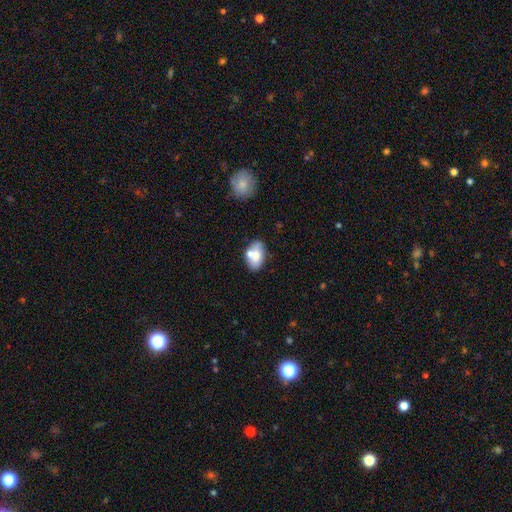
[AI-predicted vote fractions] Q: Smooth or featured?
A: smooth (69%); runner-up: featured or disk (23%)
Q: How rounded?
A: in between (88%); runner-up: round (10%)
Q: Merging?
A: none (52%); runner-up: merger (23%)